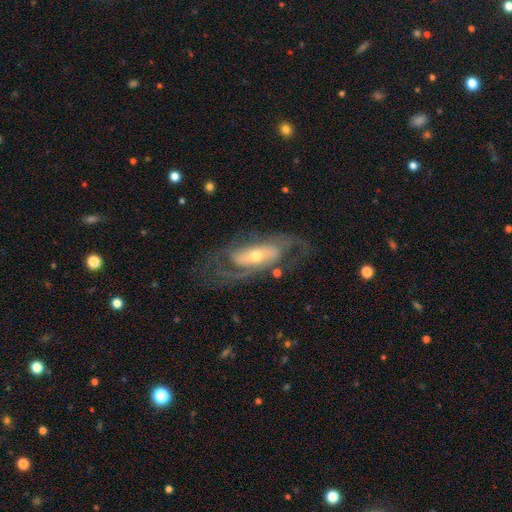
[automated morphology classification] Smooth or featured?
  - featured or disk: 83% *
  - smooth: 11%
  - star or artifact: 5%
Edge-on disk?
  - no: 91% *
  - yes: 9%
Bar?
  - no: 50% *
  - weak: 28%
  - strong: 22%
Spiral arms?
  - yes: 90% *
  - no: 10%
Spiral winding?
  - medium: 45% *
  - tight: 34%
  - loose: 21%
Spiral arm count?
  - 2: 65% *
  - can't tell: 17%
  - 3: 9%
  - 1: 4%
  - 4: 3%
  - more than 4: 2%
Bulge size?
  - small: 51% *
  - moderate: 43%
  - large: 4%
  - dominant: 1%
  - none: 1%
Merging?
  - none: 63% *
  - major disturbance: 17%
  - minor disturbance: 17%
  - merger: 2%